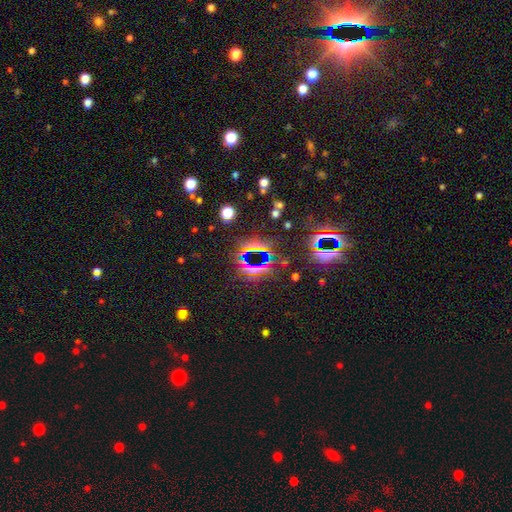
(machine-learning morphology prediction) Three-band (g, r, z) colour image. It shows a star or artifact, not a galaxy (71%).